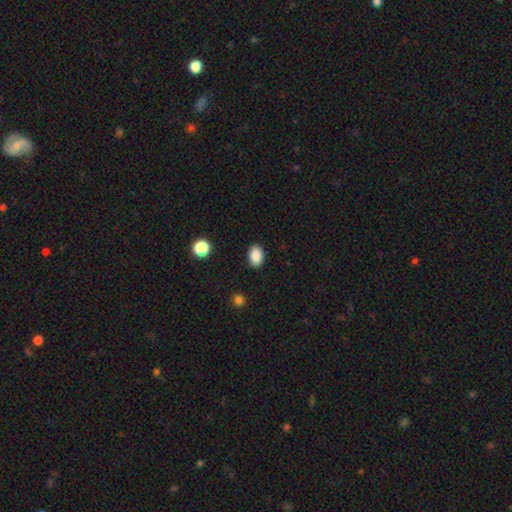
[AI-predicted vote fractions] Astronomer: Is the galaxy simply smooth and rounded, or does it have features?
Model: smooth — 88%.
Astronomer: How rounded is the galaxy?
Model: in between — 80%.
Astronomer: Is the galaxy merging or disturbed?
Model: none — 89%.